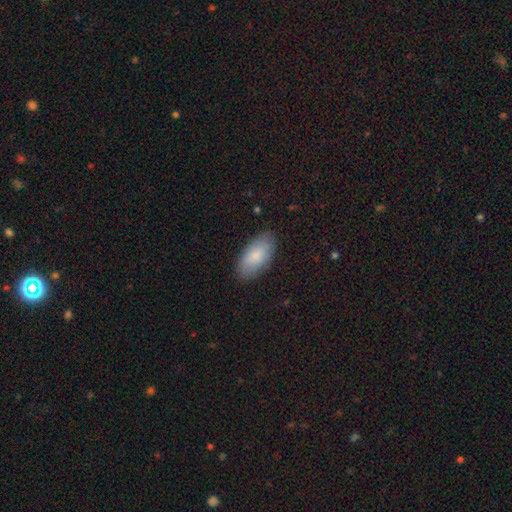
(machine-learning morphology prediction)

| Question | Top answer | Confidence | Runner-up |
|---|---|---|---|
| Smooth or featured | smooth | 84% | featured or disk (10%) |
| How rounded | in between | 92% | cigar-shaped (6%) |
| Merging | none | 85% | minor disturbance (12%) |